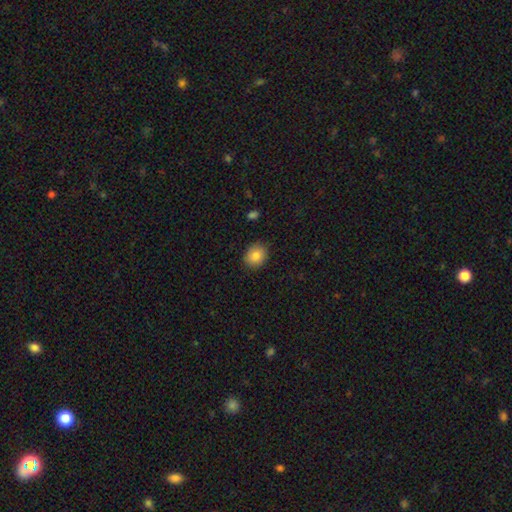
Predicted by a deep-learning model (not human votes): Q: Smooth or featured?
A: smooth (85%); runner-up: star or artifact (8%)
Q: How rounded?
A: round (54%); runner-up: in between (45%)
Q: Merging?
A: none (86%); runner-up: minor disturbance (10%)